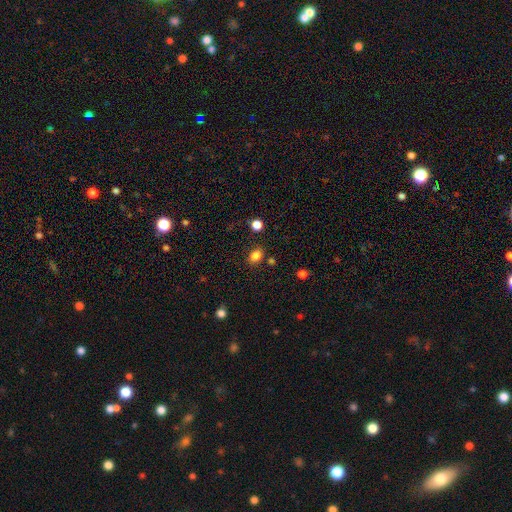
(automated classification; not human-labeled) Smooth or featured: smooth — 83% (star or artifact — 12%)
How rounded: in between — 61% (round — 38%)
Merging: none — 80% (minor disturbance — 12%)